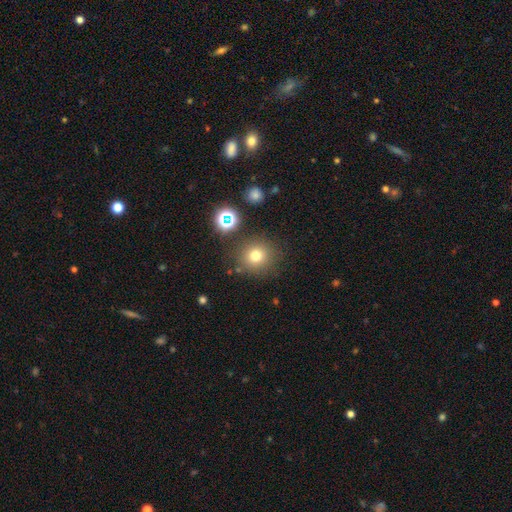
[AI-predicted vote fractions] The model was most divided on "smooth or featured": smooth: 73%, star or artifact: 18%, featured or disk: 9%. More confident: how rounded — round (91%); merging — none (83%).